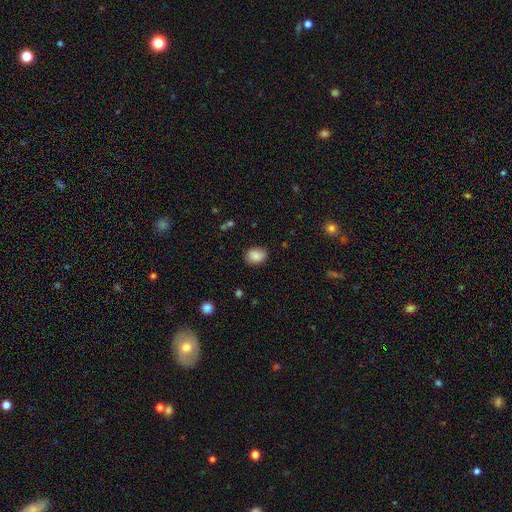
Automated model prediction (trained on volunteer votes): Overall: smooth (87%). How rounded: in between (65%; round 34%). Merging: none (84%).